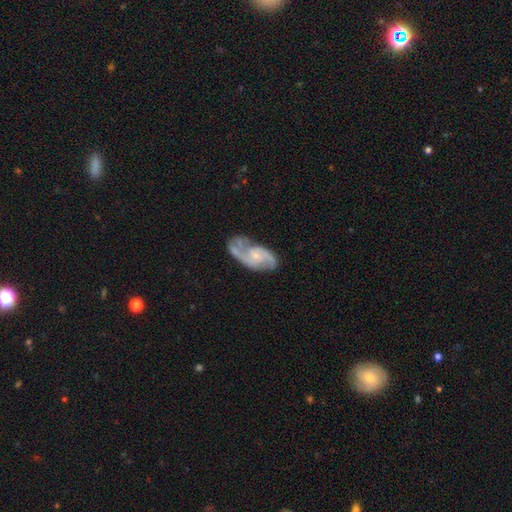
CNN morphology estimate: Smooth or featured: featured or disk — 84% (smooth — 10%)
Edge-on disk: no — 96% (yes — 4%)
Bar: no — 59% (weak — 34%)
Spiral arms: yes — 95% (no — 5%)
Spiral winding: medium — 49% (loose — 34%)
Spiral arm count: 2 — 86% (can't tell — 5%)
Bulge size: small — 65% (moderate — 23%)
Merging: none — 61% (minor disturbance — 22%)